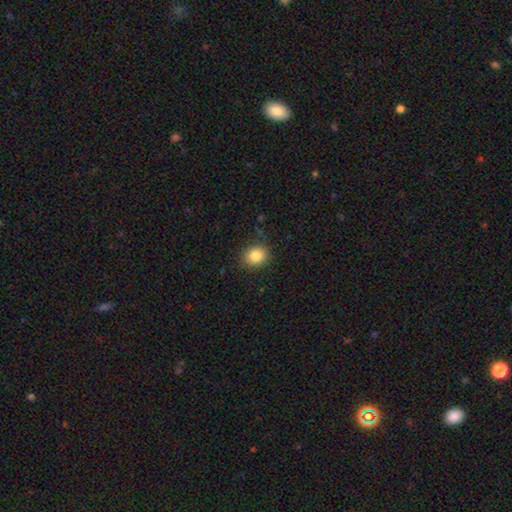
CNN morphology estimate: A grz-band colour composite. It shows a smooth galaxy with no disk features (85%) that is round (70%). Merging: none (88%).